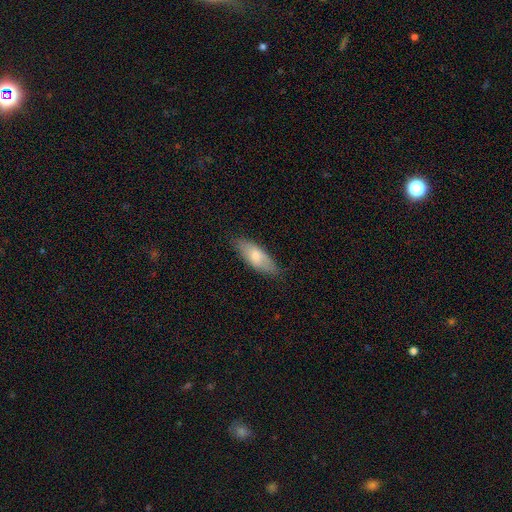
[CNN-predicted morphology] This appears to be a smooth galaxy with no disk features (65%) that is in between round and cigar-shaped (69%). Merging: none (83%).